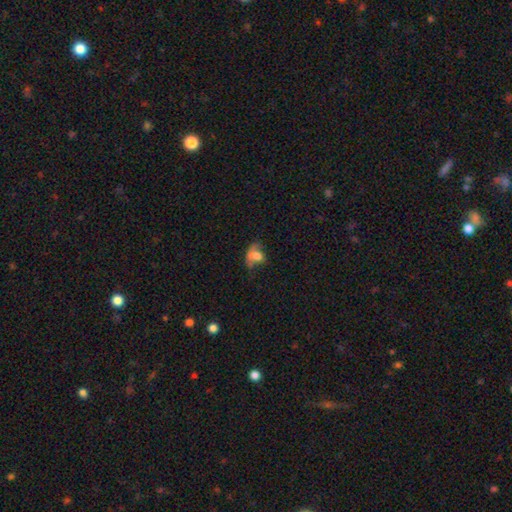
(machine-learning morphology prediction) A smooth galaxy with no disk features (60%) that is in between round and cigar-shaped (70%). Merging: major disturbance (40%).